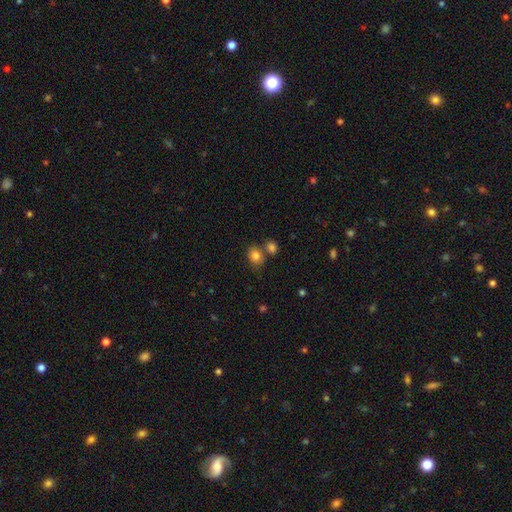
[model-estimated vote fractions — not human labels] smooth 82%, star or artifact 11%, featured or disk 7%. Down the decision tree: how rounded — round (50%); merging — none (62%).